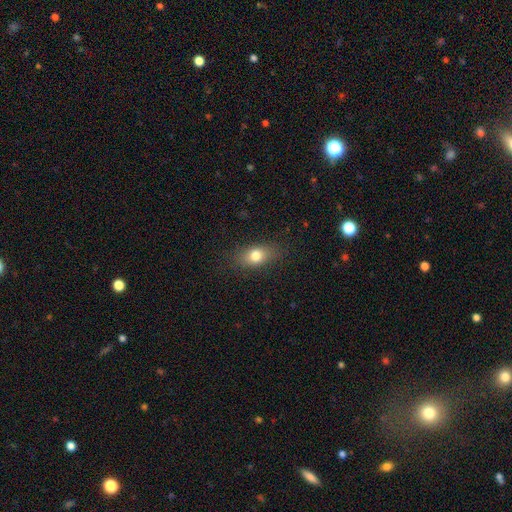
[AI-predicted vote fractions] smooth-or-featured: smooth: 77% | featured or disk: 13% | star or artifact: 10%
  how-rounded: in between: 79% | round: 16% | cigar-shaped: 6%
  merging: none: 83% | minor disturbance: 12% | major disturbance: 4% | merger: 1%